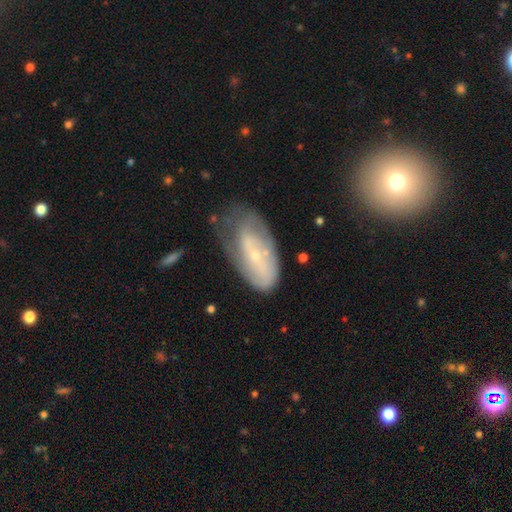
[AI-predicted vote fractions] smooth_or_featured: featured or disk (p=0.57) [alt: smooth p=0.35]
disk_edge_on: no (p=0.90) [alt: yes p=0.10]
bar: no (p=0.61) [alt: weak p=0.28]
has_spiral_arms: yes (p=0.58) [alt: no p=0.42]
bulge_size: small (p=0.79) [alt: moderate p=0.16]
merging: none (p=0.44) [alt: minor disturbance p=0.33]